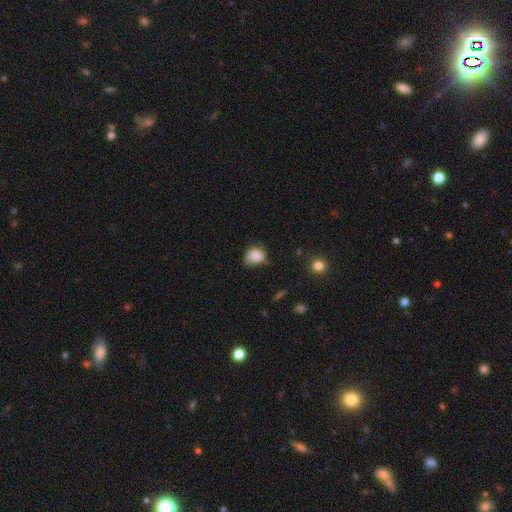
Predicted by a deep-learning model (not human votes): This is clearly a smooth galaxy (82%). How rounded: possibly round (56%). Merging: possibly none (52%).